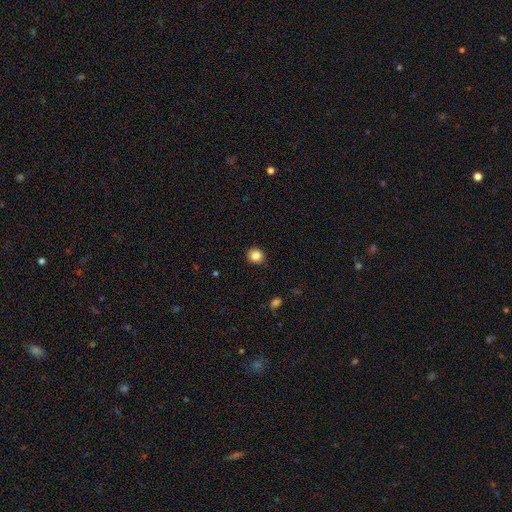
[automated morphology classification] Smooth or featured? smooth (84%)
How rounded? round (84%)
Merging? none (91%)